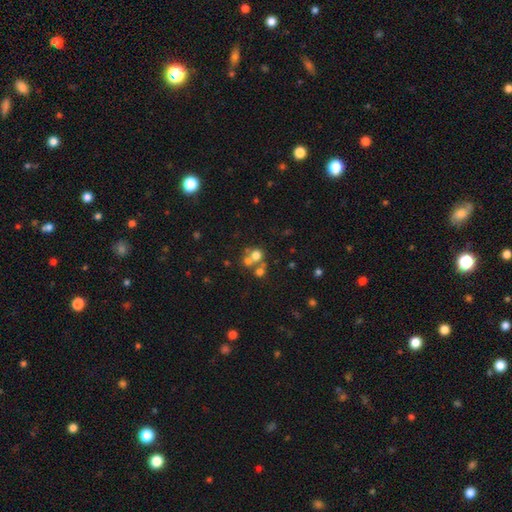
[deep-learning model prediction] Morphology: type=smooth (62%); roundness=round (83%); merging=merger (47%).